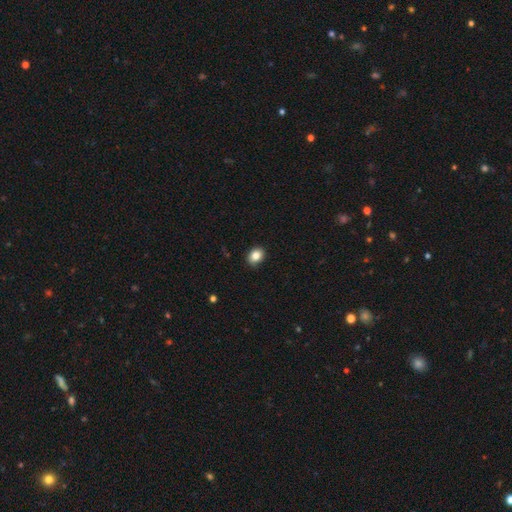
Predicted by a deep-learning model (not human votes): Q: Smooth or featured?
A: smooth (85%); runner-up: star or artifact (9%)
Q: How rounded?
A: in between (54%); runner-up: round (45%)
Q: Merging?
A: none (87%); runner-up: minor disturbance (10%)